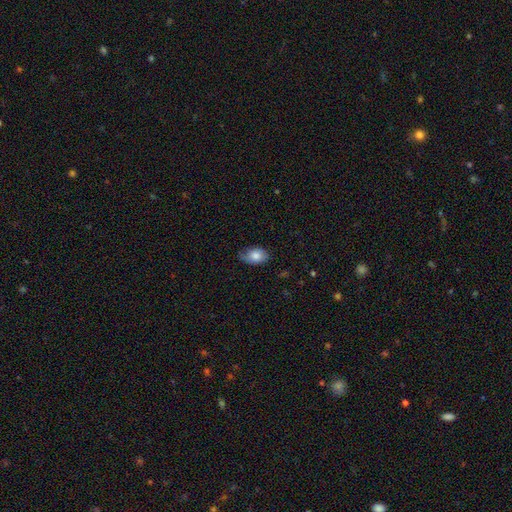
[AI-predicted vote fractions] Overall: smooth (80%). How rounded: in between (86%). Merging: none (65%; minor disturbance 29%).